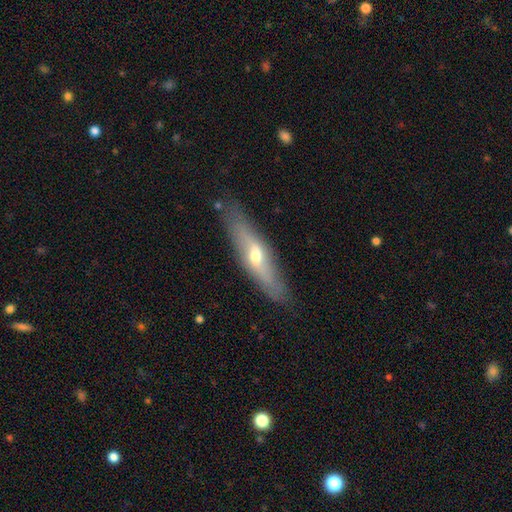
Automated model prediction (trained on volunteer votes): Smooth or featured? featured or disk (56%)
Edge-on disk? yes (62%)
Merging? none (82%)